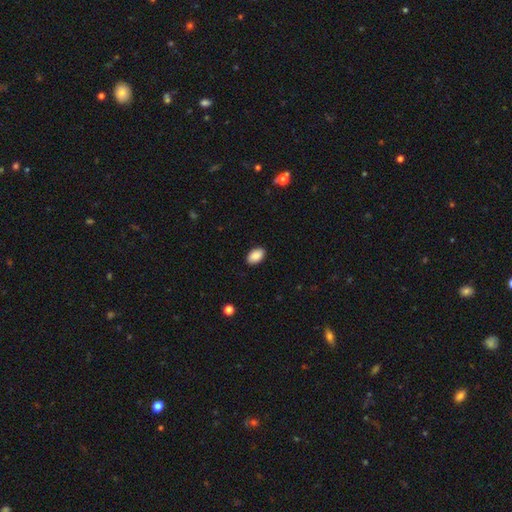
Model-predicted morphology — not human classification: A smooth galaxy with no disk features (89%) that is in between round and cigar-shaped (93%). Merging: none (90%).